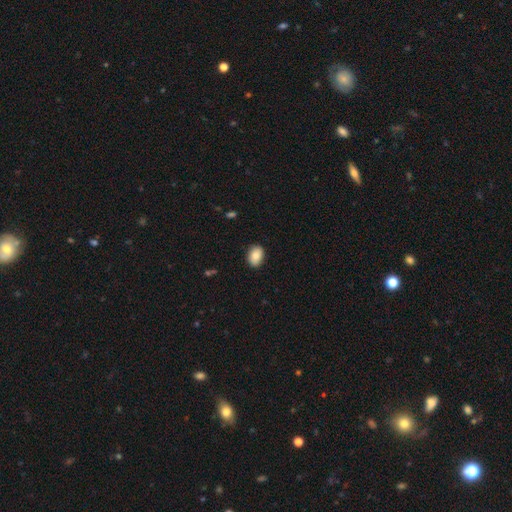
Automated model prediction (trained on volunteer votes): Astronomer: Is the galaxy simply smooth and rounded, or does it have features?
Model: smooth — 86%.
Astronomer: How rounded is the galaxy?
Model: in between — 78%.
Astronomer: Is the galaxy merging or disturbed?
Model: none — 87%.